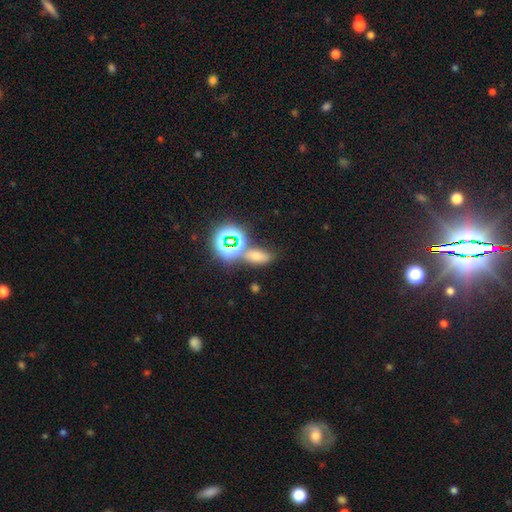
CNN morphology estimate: A smooth galaxy with no disk features (57%) that is in between round and cigar-shaped (76%). Merging: none (66%).